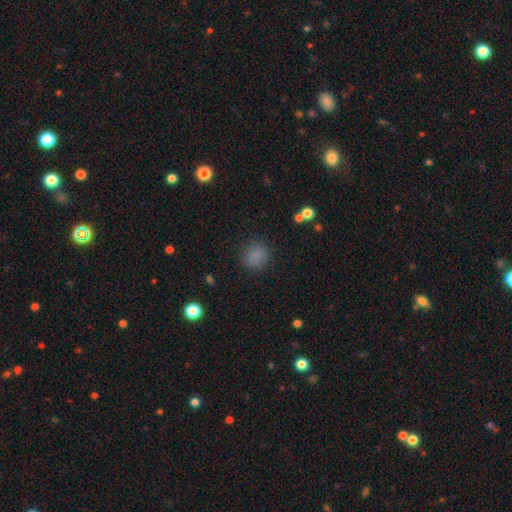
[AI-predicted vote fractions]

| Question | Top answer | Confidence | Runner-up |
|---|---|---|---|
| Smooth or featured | smooth | 82% | star or artifact (14%) |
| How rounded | round | 82% | in between (17%) |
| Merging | none | 86% | minor disturbance (9%) |